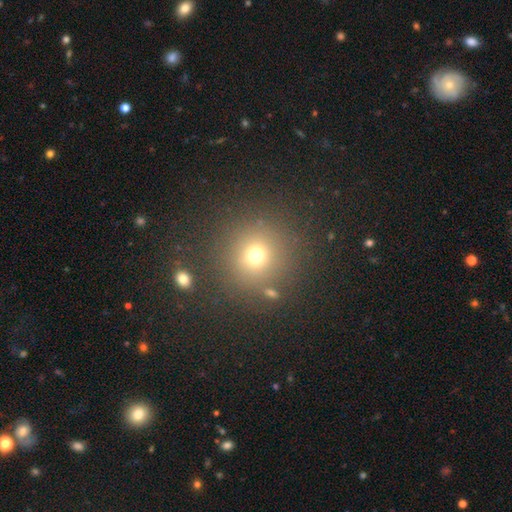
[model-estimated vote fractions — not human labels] This appears to be a smooth galaxy with no disk features (70%) that is round (93%). Merging: none (83%).